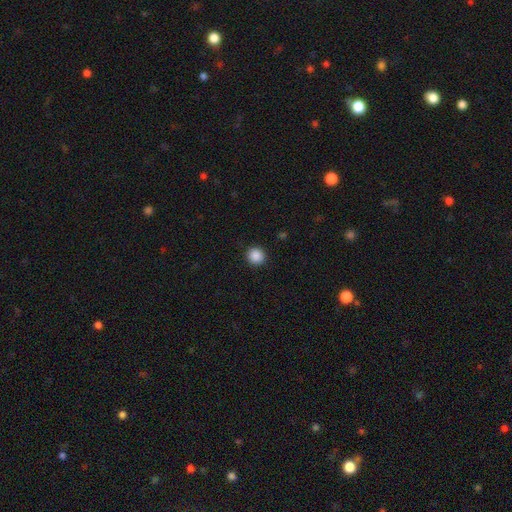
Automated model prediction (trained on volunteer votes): Overall: smooth (88%). How rounded: round (93%). Merging: none (92%).